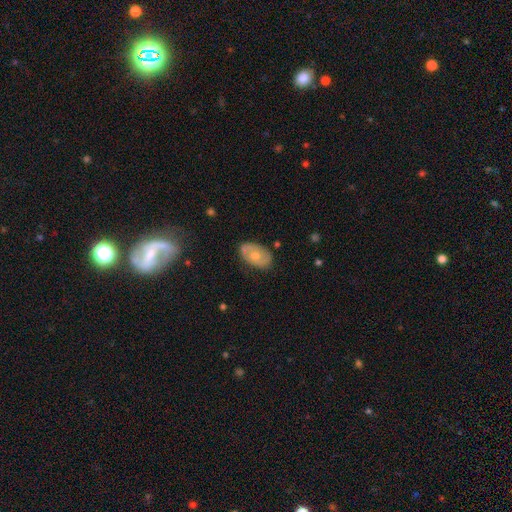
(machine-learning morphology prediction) Overall: smooth (53%; featured or disk 40%). How rounded: in between (89%). Merging: none (71%).